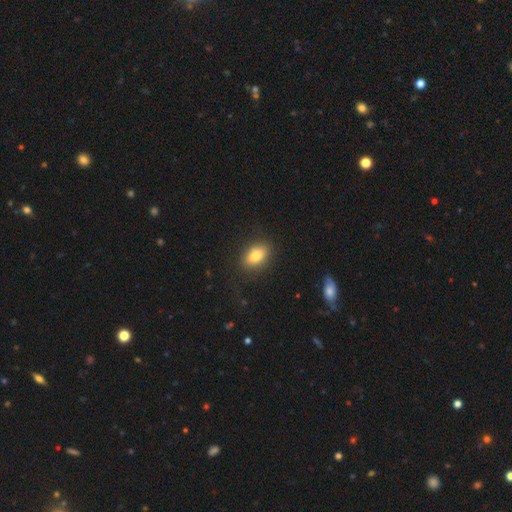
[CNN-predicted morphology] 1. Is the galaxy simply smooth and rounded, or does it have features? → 81% smooth, 10% featured or disk, 9% star or artifact.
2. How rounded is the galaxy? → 80% in between, 17% round, 2% cigar-shaped.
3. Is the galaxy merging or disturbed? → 85% none, 10% minor disturbance, 3% major disturbance, 1% merger.